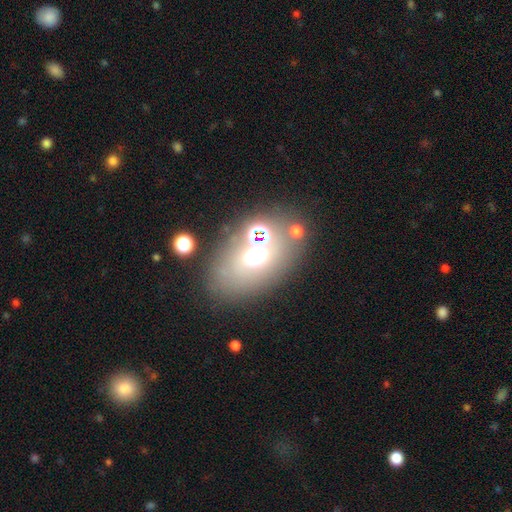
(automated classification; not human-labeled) This is possibly a smooth galaxy (52%). How rounded: likely in between (65%). Merging: likely none (62%).